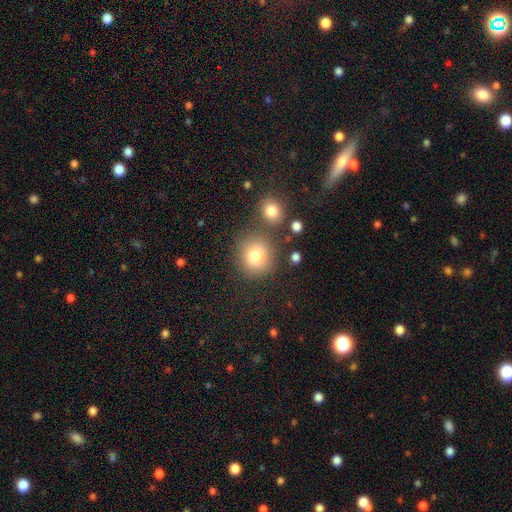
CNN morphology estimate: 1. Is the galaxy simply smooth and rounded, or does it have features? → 78% smooth, 12% star or artifact, 9% featured or disk.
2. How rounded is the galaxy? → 86% round, 13% in between, 1% cigar-shaped.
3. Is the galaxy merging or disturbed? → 73% none, 12% merger, 10% minor disturbance, 4% major disturbance.